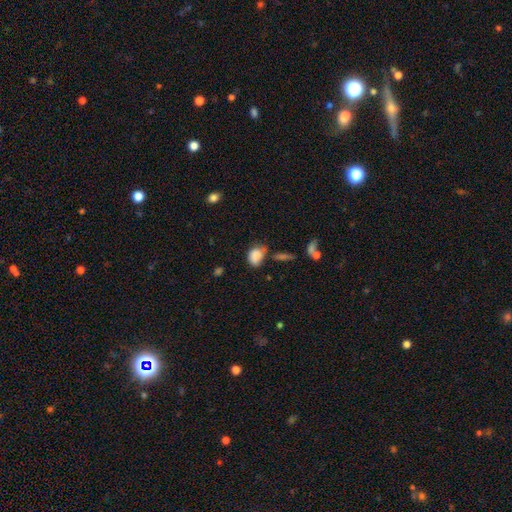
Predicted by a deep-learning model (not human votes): Morphology: type=smooth (81%); roundness=in between (62%); merging=none (41%).